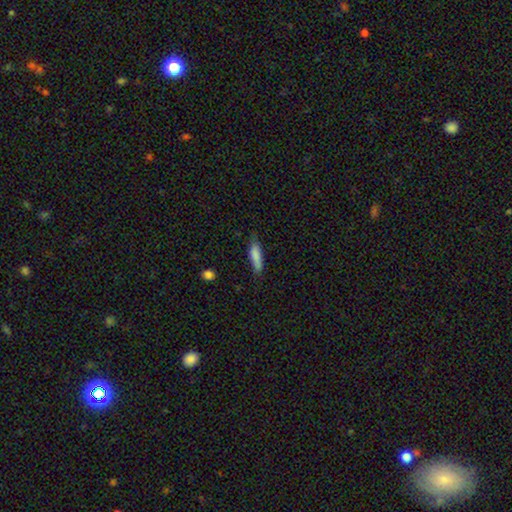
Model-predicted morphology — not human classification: Overall: smooth (82%). How rounded: cigar-shaped (68%; in between 30%). Merging: none (68%).